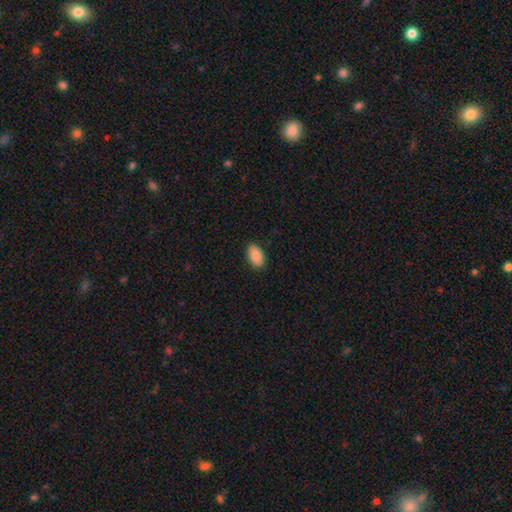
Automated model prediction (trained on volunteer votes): This is clearly a smooth galaxy (90%). How rounded: clearly in between (95%). Merging: clearly none (89%).